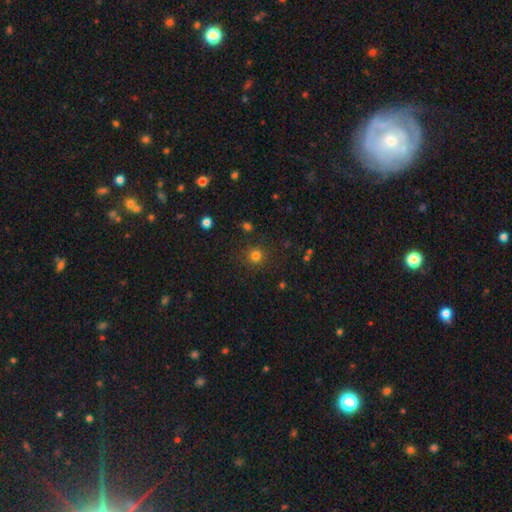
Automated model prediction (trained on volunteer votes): This appears to be a smooth galaxy with no disk features (78%) that is round (92%). Merging: none (86%).